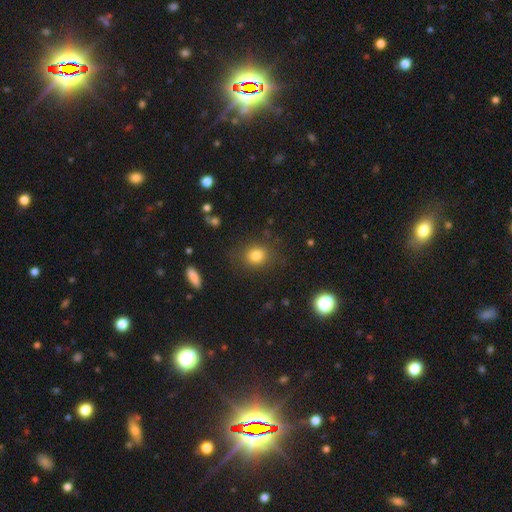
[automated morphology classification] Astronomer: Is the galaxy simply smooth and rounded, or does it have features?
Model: smooth — 80%.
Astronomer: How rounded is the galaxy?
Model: round — 72%.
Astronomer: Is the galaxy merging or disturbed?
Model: none — 83%.